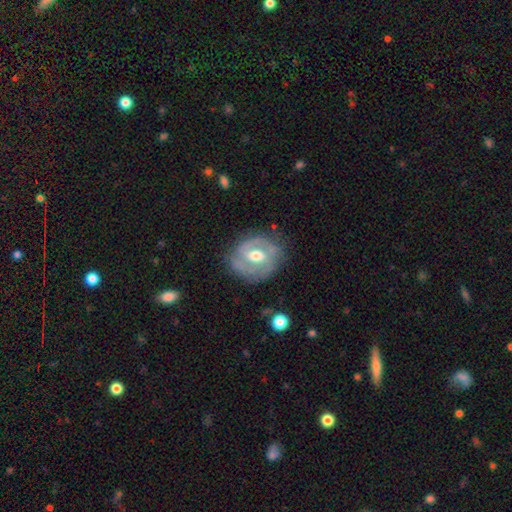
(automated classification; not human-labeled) Smooth or featured?
  - featured or disk: 77% *
  - smooth: 18%
  - star or artifact: 5%
Edge-on disk?
  - no: 97% *
  - yes: 3%
Bar?
  - weak: 50% *
  - no: 31%
  - strong: 19%
Spiral arms?
  - yes: 81% *
  - no: 19%
Spiral winding?
  - tight: 48% *
  - medium: 39%
  - loose: 13%
Spiral arm count?
  - 2: 64% *
  - can't tell: 18%
  - 3: 7%
  - 1: 6%
  - 4: 2%
  - more than 4: 2%
Bulge size?
  - moderate: 73% *
  - small: 13%
  - large: 11%
  - none: 1%
  - dominant: 1%
Merging?
  - none: 71% *
  - minor disturbance: 20%
  - major disturbance: 7%
  - merger: 2%